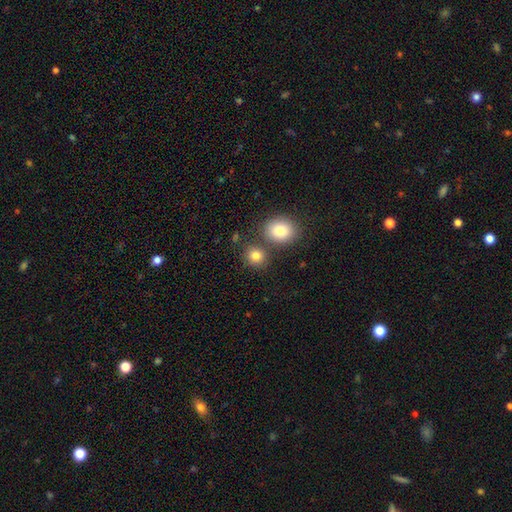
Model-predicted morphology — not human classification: Smooth or featured? smooth (81%)
How rounded? round (78%)
Merging? none (72%)